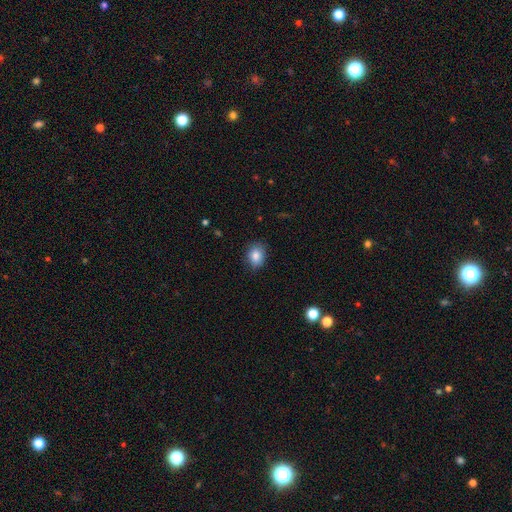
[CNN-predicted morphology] smooth_or_featured: smooth (p=0.85) [alt: star or artifact p=0.09]
how_rounded: in between (p=0.58) [alt: round p=0.41]
merging: none (p=0.81) [alt: minor disturbance p=0.15]